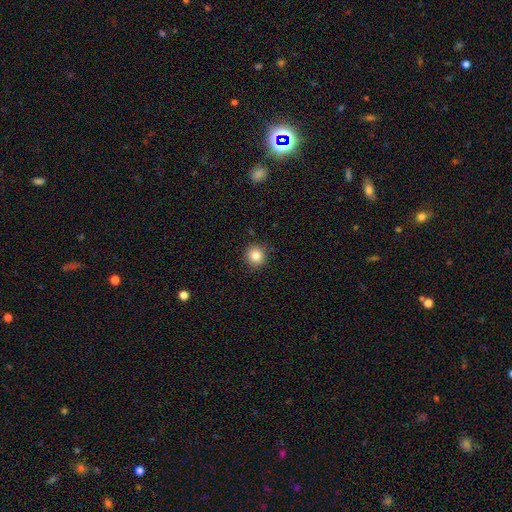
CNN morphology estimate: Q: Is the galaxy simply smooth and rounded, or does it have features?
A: smooth — 83%.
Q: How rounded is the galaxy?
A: round — 94%.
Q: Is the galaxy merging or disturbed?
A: none — 91%.